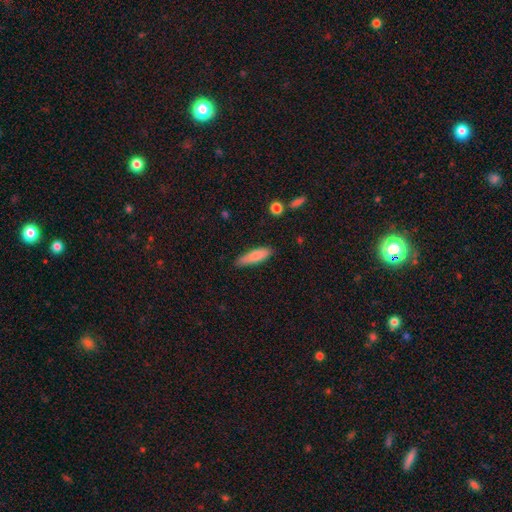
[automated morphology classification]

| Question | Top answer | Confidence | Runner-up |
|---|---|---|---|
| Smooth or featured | smooth | 80% | featured or disk (13%) |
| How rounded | cigar-shaped | 63% | in between (35%) |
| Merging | none | 83% | minor disturbance (13%) |